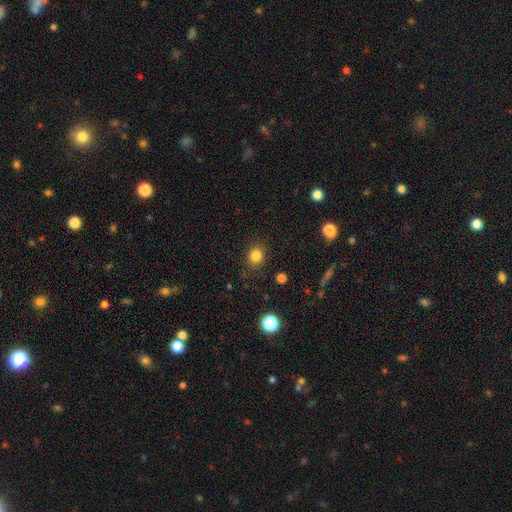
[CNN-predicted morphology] The model was most divided on "how rounded": round: 74%, in between: 25%, cigar-shaped: 1%. More confident: merging — none (85%); smooth or featured — smooth (82%).